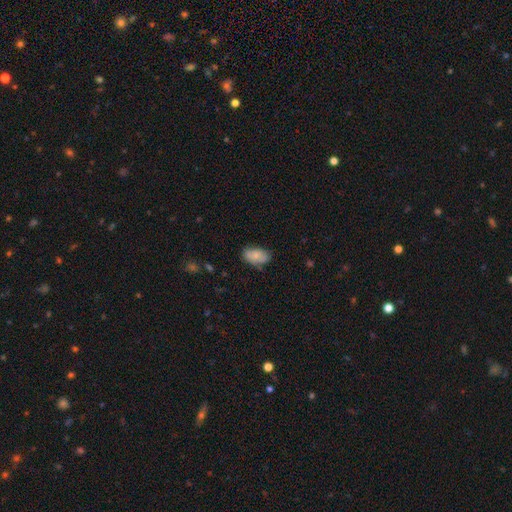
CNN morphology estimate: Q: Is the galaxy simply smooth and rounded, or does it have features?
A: smooth — 75%.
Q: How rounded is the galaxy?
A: in between — 92%.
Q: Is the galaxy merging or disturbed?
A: none — 65%.